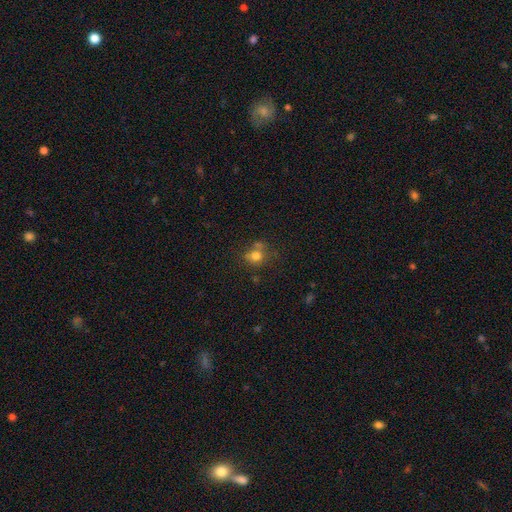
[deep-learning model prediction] Smooth or featured?
  - smooth: 75% *
  - star or artifact: 14%
  - featured or disk: 11%
How rounded?
  - round: 79% *
  - in between: 20%
  - cigar-shaped: 1%
Merging?
  - none: 58% *
  - merger: 20%
  - minor disturbance: 16%
  - major disturbance: 7%